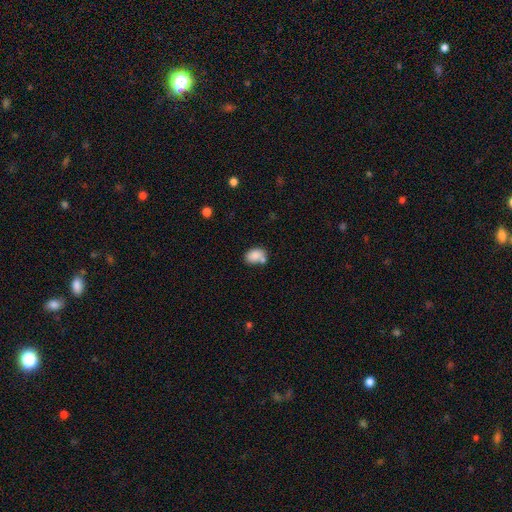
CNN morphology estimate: The model was most divided on "merging": none: 50%, merger: 26%, minor disturbance: 18%, major disturbance: 5%. More confident: smooth or featured — smooth (84%); how rounded — in between (76%).